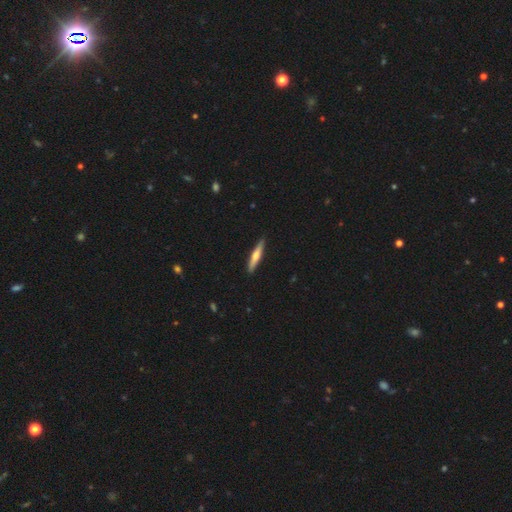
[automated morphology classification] A featured or disk galaxy (50%) viewed edge-on (96%).

Vote fractions:
- Smooth or featured? featured or disk: 50% / smooth: 45% / star or artifact: 5%
- Edge-on disk? yes: 96% / no: 4%
- Merging? none: 91% / minor disturbance: 7% / major disturbance: 1% / merger: 1%